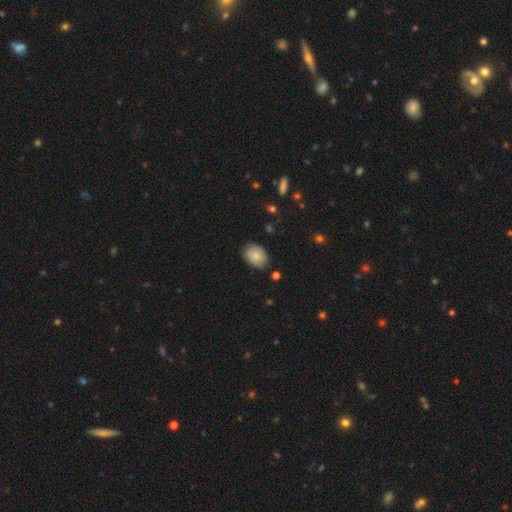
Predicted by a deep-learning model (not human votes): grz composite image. It shows a smooth galaxy with no disk features (75%) that is in between round and cigar-shaped (75%). Merging: none (69%).